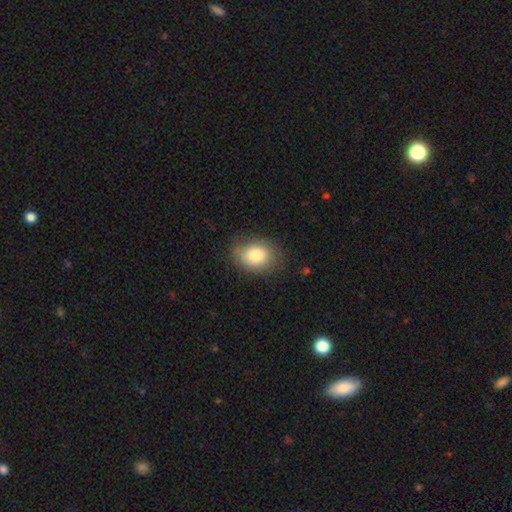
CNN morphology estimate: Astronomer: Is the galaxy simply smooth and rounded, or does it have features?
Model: smooth — 79%.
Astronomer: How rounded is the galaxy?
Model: in between — 64%.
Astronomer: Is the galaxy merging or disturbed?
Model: none — 78%.